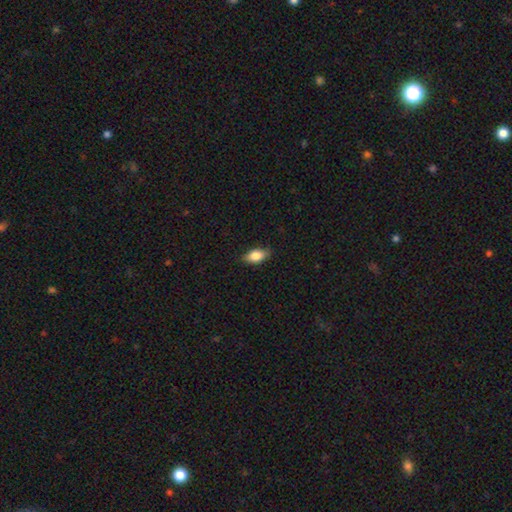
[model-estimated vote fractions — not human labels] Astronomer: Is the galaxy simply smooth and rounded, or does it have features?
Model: smooth — 81%.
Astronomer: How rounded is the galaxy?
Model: in between — 87%.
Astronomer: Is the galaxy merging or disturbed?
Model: none — 84%.